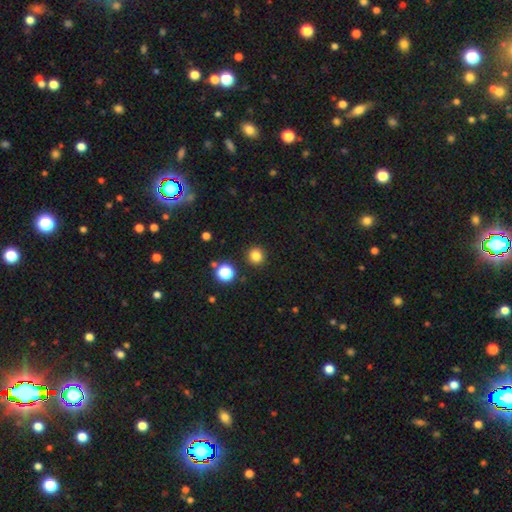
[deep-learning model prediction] The model was most divided on "smooth or featured": smooth: 82%, star or artifact: 14%, featured or disk: 4%. More confident: how rounded — round (93%); merging — none (91%).